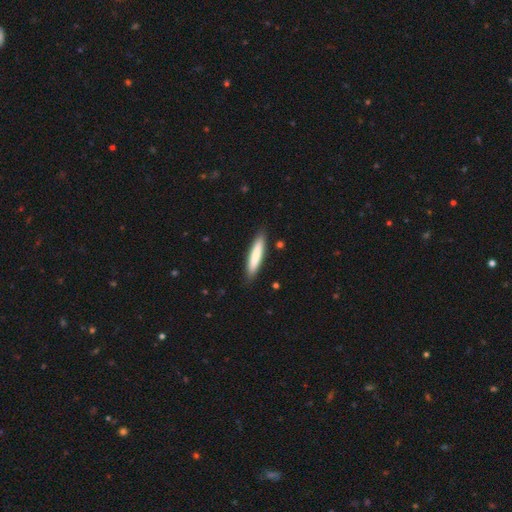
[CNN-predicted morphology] Q: Smooth or featured?
A: smooth (79%); runner-up: featured or disk (16%)
Q: How rounded?
A: cigar-shaped (88%); runner-up: in between (11%)
Q: Merging?
A: none (88%); runner-up: minor disturbance (9%)